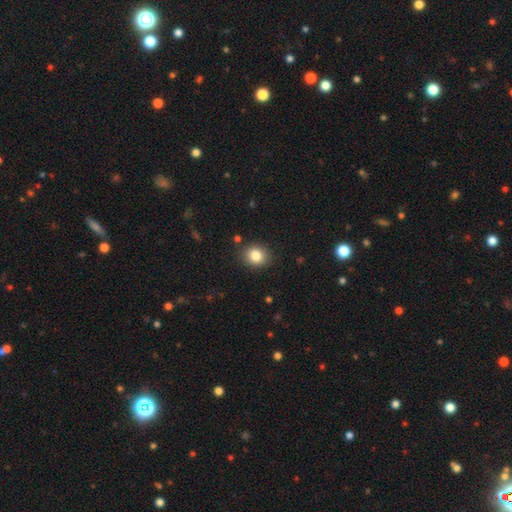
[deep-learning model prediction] smooth-or-featured: smooth: 83% | star or artifact: 10% | featured or disk: 7%
  how-rounded: round: 67% | in between: 32% | cigar-shaped: 1%
  merging: none: 87% | minor disturbance: 9% | major disturbance: 3% | merger: 2%